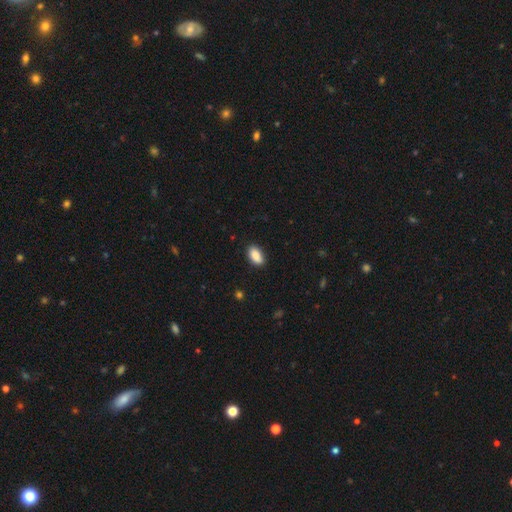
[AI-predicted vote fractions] Q: Smooth or featured?
A: smooth (89%); runner-up: star or artifact (7%)
Q: How rounded?
A: in between (93%); runner-up: round (4%)
Q: Merging?
A: none (88%); runner-up: minor disturbance (9%)